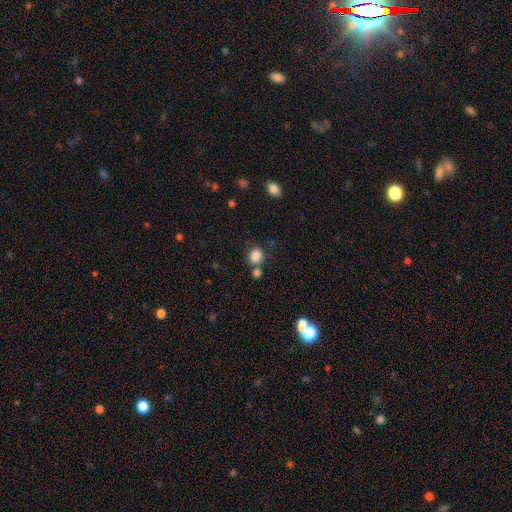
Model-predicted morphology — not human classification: This appears to be a smooth galaxy with no disk features (84%) that is round (68%). Merging: none (63%).